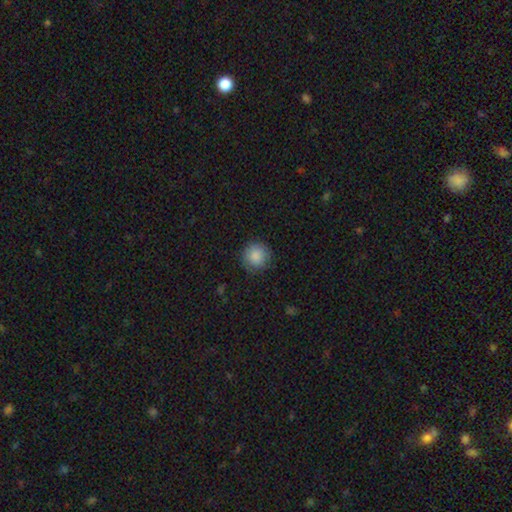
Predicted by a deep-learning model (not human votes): This is clearly a smooth galaxy (87%). How rounded: clearly round (94%). Merging: clearly none (85%).